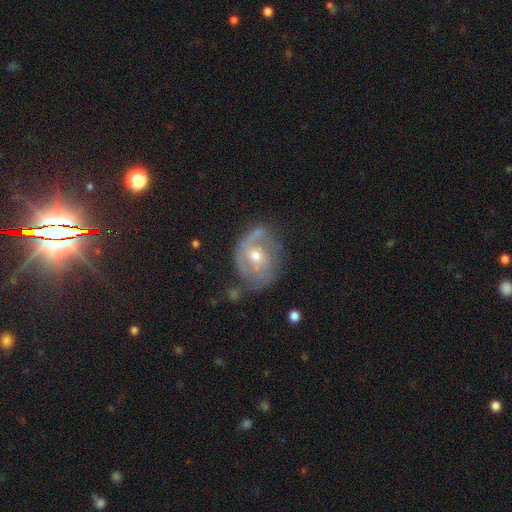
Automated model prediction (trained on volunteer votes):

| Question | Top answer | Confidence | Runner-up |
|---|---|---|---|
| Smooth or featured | featured or disk | 74% | smooth (17%) |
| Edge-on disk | no | 96% | yes (4%) |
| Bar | no | 59% | weak (33%) |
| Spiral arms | yes | 81% | no (19%) |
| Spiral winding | tight | 46% | medium (38%) |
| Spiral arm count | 2 | 48% | can't tell (25%) |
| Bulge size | moderate | 65% | small (30%) |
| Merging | none | 55% | minor disturbance (26%) |